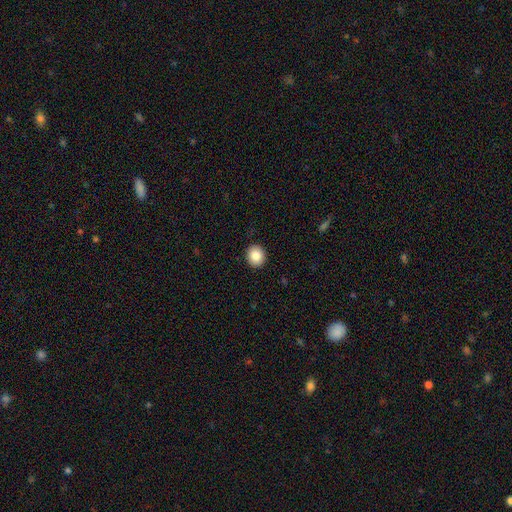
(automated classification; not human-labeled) Morphology: type=smooth (85%); roundness=round (79%); merging=none (92%).